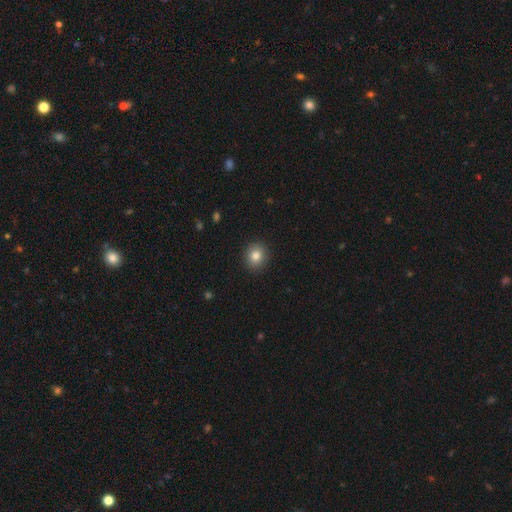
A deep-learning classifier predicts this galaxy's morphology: smooth_or_featured: smooth (p=0.84) [alt: star or artifact p=0.10]
how_rounded: round (p=0.81) [alt: in between p=0.18]
merging: none (p=0.90) [alt: minor disturbance p=0.07]